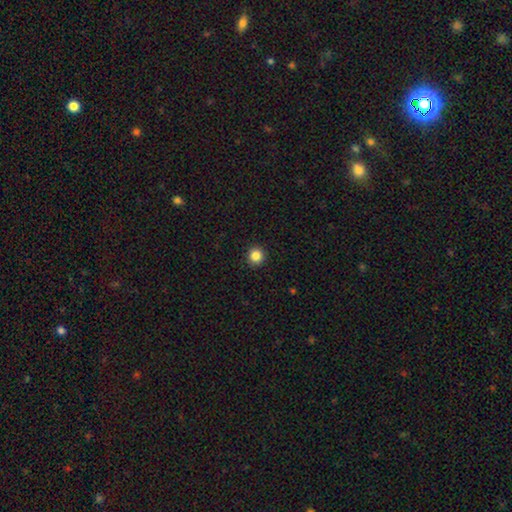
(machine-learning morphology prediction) Smooth or featured?
  - smooth: 86% *
  - star or artifact: 11%
  - featured or disk: 4%
How rounded?
  - round: 94% *
  - in between: 5%
  - cigar-shaped: 1%
Merging?
  - none: 93% *
  - minor disturbance: 5%
  - major disturbance: 2%
  - merger: 1%